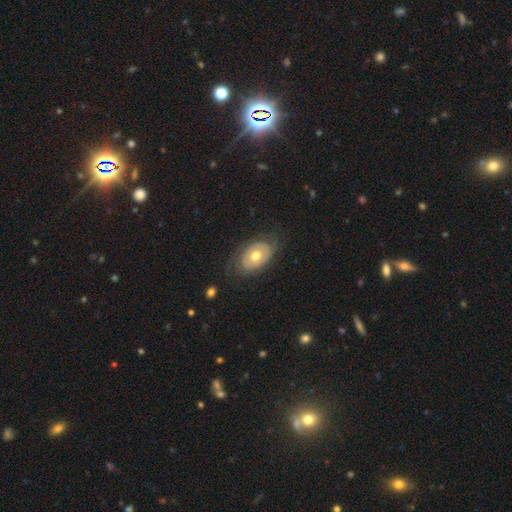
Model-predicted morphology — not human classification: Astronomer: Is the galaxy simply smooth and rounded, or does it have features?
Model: featured or disk — 55% (runner-up: smooth, 39%).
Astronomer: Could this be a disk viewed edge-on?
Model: no — 93%.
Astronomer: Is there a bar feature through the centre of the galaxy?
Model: no — 88%.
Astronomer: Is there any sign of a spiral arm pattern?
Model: no — 62% (runner-up: yes, 38%).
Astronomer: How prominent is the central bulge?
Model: moderate — 79%.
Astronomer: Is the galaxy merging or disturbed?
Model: none — 68%.